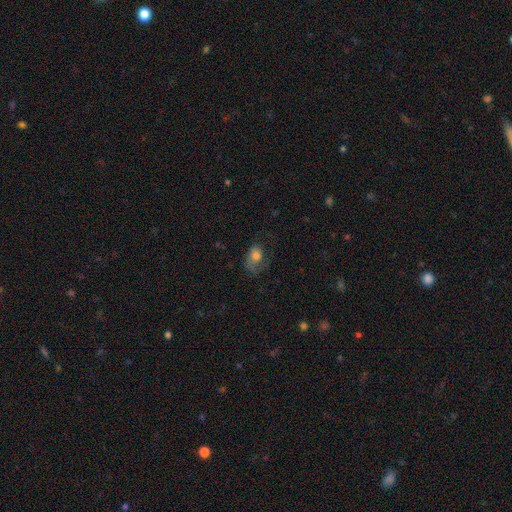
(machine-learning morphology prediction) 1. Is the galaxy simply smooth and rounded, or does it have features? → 63% smooth, 27% featured or disk, 10% star or artifact.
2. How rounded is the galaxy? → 75% in between, 24% round, 2% cigar-shaped.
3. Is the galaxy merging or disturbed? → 37% none, 34% major disturbance, 26% minor disturbance, 2% merger.